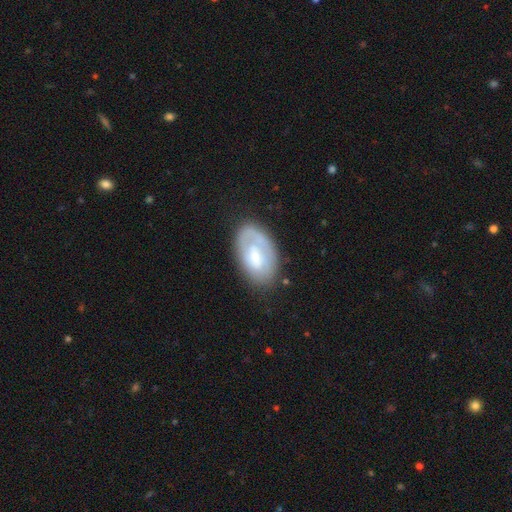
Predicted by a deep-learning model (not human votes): Smooth or featured? Predicted: featured or disk (p=0.49). Merging? Predicted: none (p=0.67).